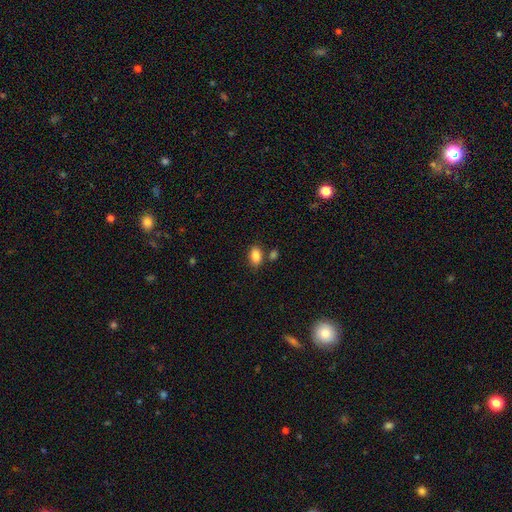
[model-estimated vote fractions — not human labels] A smooth galaxy with no disk features (87%) that is in between round and cigar-shaped (86%). Merging: none (73%).